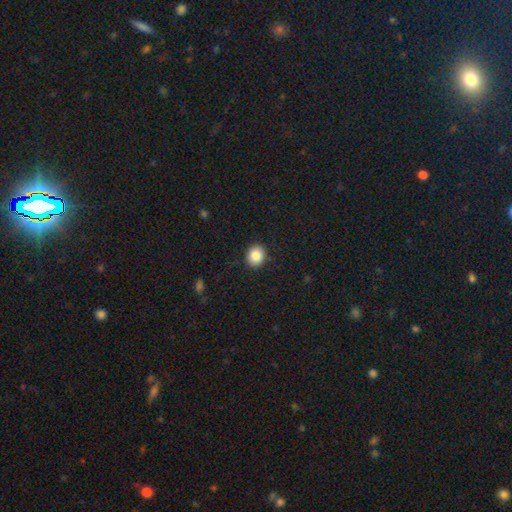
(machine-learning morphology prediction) smooth_or_featured: smooth (p=0.86) [alt: star or artifact p=0.09]
how_rounded: round (p=0.68) [alt: in between p=0.31]
merging: none (p=0.90) [alt: minor disturbance p=0.07]